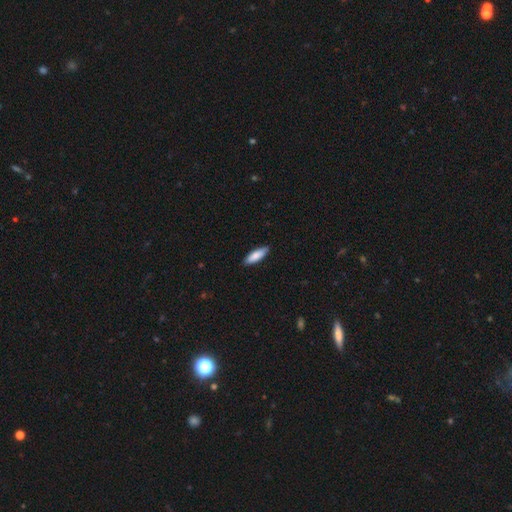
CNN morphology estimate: This appears to be a smooth galaxy with no disk features (85%) that is in between round and cigar-shaped (50%). Merging: none (88%).